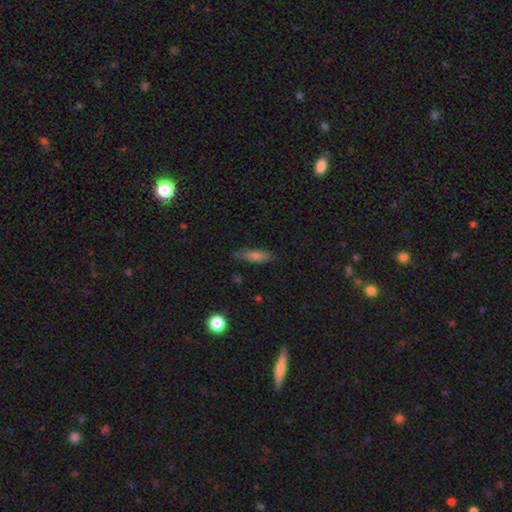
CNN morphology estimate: Smooth or featured? smooth (72%)
How rounded? cigar-shaped (53%)
Merging? none (76%)